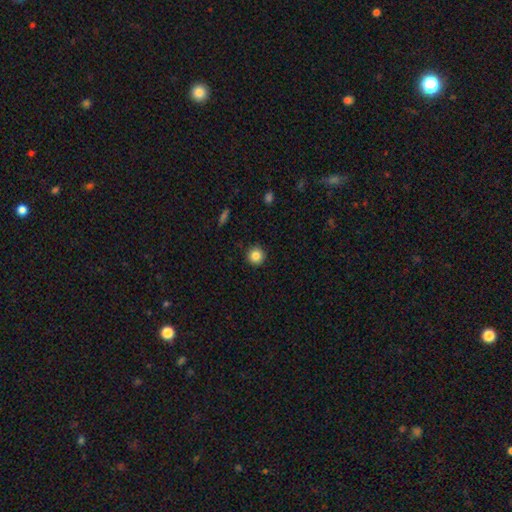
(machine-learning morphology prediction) The model was most divided on "smooth or featured": smooth: 84%, star or artifact: 10%, featured or disk: 6%. More confident: how rounded — round (95%); merging — none (92%).